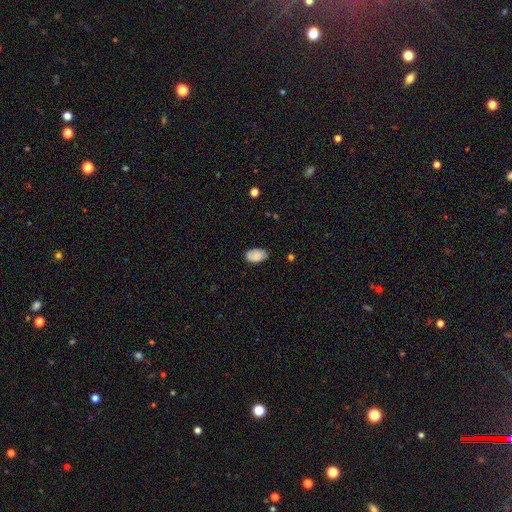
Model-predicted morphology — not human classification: A smooth galaxy with no disk features (78%) that is in between round and cigar-shaped (91%).

Vote fractions:
- Smooth or featured? smooth: 78% / featured or disk: 14% / star or artifact: 8%
- How rounded? in between: 91% / round: 7% / cigar-shaped: 1%
- Merging? none: 75% / minor disturbance: 20% / major disturbance: 4% / merger: 1%